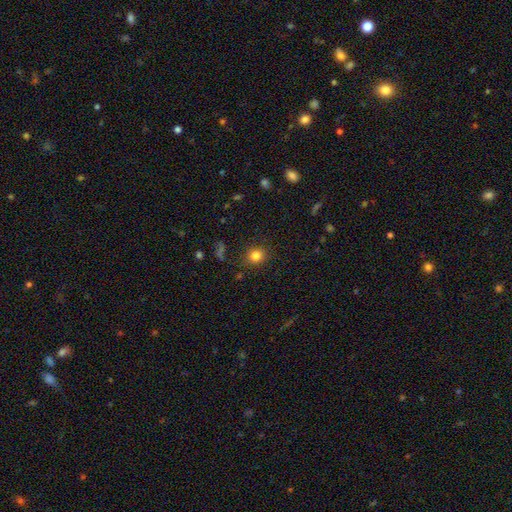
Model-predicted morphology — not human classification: Smooth or featured? smooth (83%)
How rounded? round (81%)
Merging? none (86%)